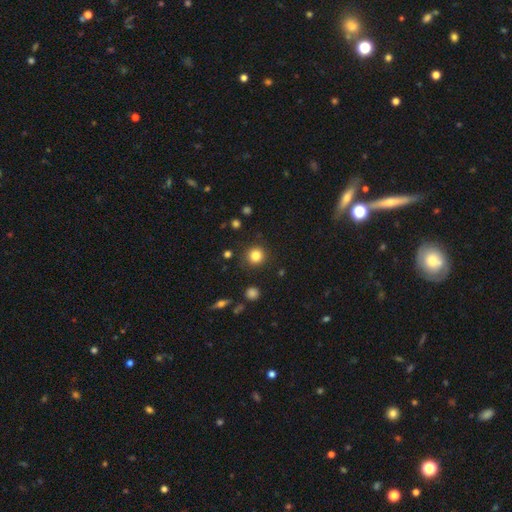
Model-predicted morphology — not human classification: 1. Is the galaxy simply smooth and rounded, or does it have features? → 83% smooth, 11% star or artifact, 6% featured or disk.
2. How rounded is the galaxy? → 93% round, 6% in between, 1% cigar-shaped.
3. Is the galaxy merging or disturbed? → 89% none, 7% minor disturbance, 2% major disturbance, 2% merger.